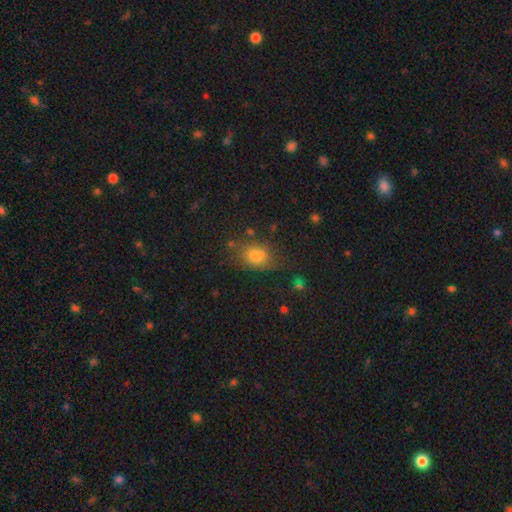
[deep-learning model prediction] Smooth or featured: smooth — 76% (star or artifact — 13%)
How rounded: in between — 66% (round — 32%)
Merging: none — 66% (minor disturbance — 22%)